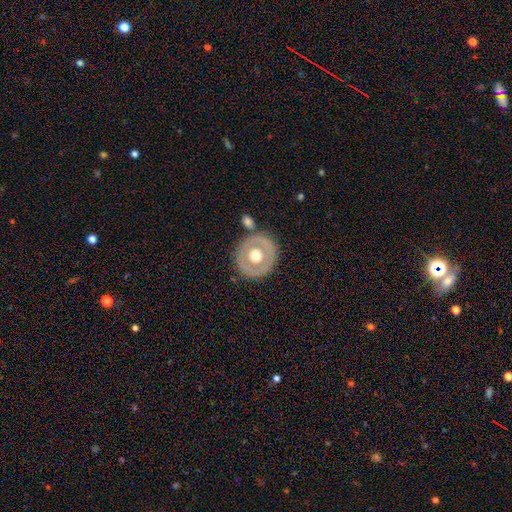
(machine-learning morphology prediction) Smooth or featured? featured or disk (50%)
Merging? none (80%)